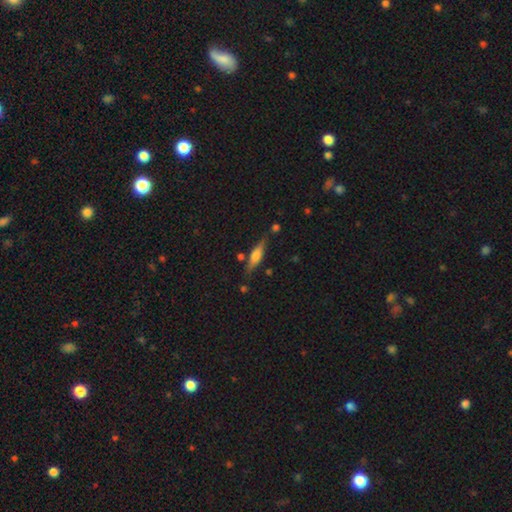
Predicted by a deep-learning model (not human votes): Smooth or featured?
  - featured or disk: 47% *
  - smooth: 45%
  - star or artifact: 7%
Merging?
  - none: 78% *
  - minor disturbance: 14%
  - merger: 5%
  - major disturbance: 3%